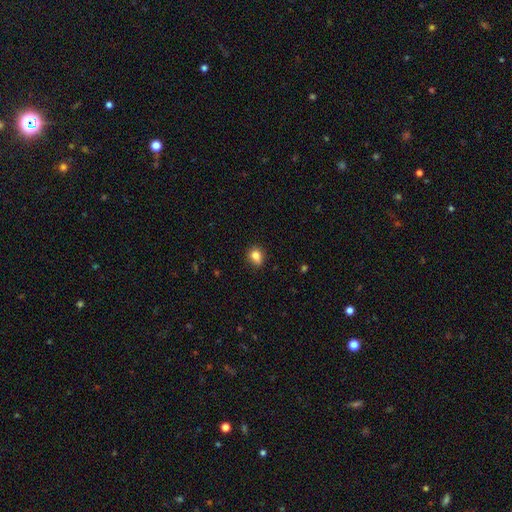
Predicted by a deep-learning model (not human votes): This appears to be a smooth galaxy with no disk features (84%) that is round (56%). Merging: none (79%).